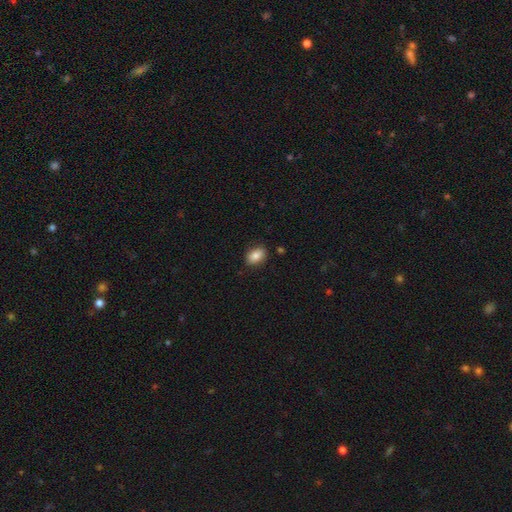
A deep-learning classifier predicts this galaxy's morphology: A smooth galaxy with no disk features (85%) that is in between round and cigar-shaped (84%).

Vote fractions:
- Smooth or featured? smooth: 85% / star or artifact: 8% / featured or disk: 7%
- How rounded? in between: 84% / round: 15% / cigar-shaped: 1%
- Merging? none: 86% / minor disturbance: 10% / major disturbance: 2% / merger: 1%